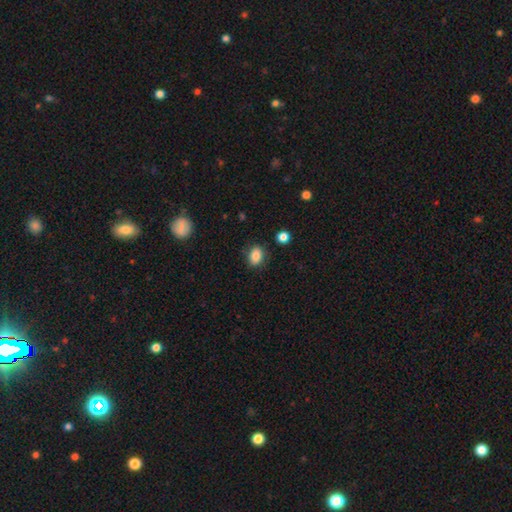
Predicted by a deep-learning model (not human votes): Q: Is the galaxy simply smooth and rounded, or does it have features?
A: smooth — 85%.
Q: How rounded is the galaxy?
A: in between — 73%.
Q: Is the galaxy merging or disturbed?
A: none — 83%.